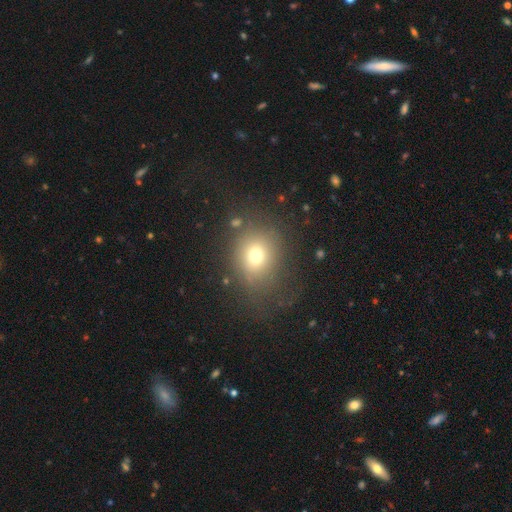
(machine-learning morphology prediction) A smooth galaxy with no disk features (70%) that is round (69%). Merging: none (67%).